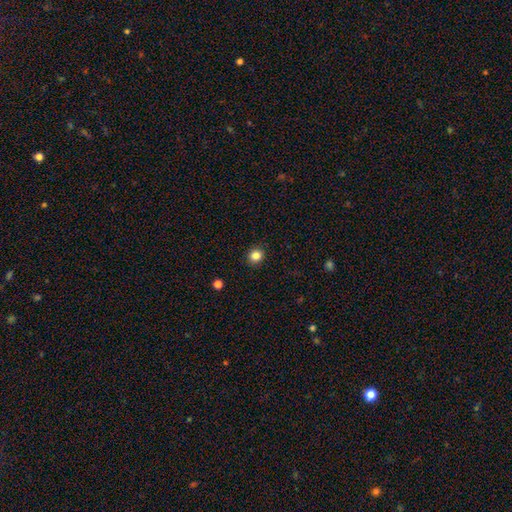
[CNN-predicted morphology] A smooth galaxy with no disk features (84%) that is round (85%).

Vote fractions:
- Smooth or featured? smooth: 84% / star or artifact: 11% / featured or disk: 5%
- How rounded? round: 85% / in between: 14% / cigar-shaped: 1%
- Merging? none: 91% / minor disturbance: 6% / major disturbance: 2% / merger: 1%